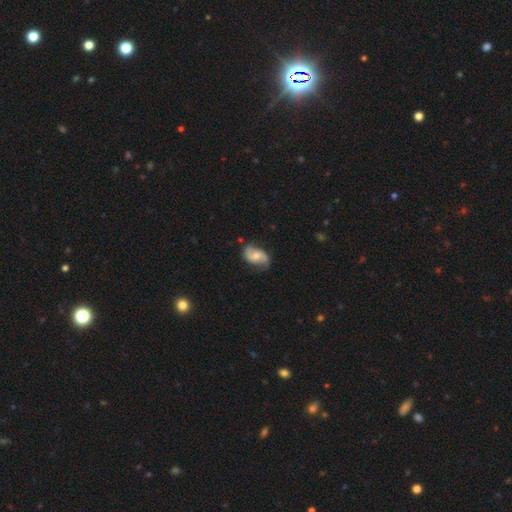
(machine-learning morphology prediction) featured or disk 65%, smooth 28%, star or artifact 7%. Down the decision tree: edge-on disk — no (96%); bar — no (59%); spiral arms — yes (90%); spiral arm count — 2 (86%); spiral winding — loose (47%); bulge size — moderate (58%); merging — none (67%).